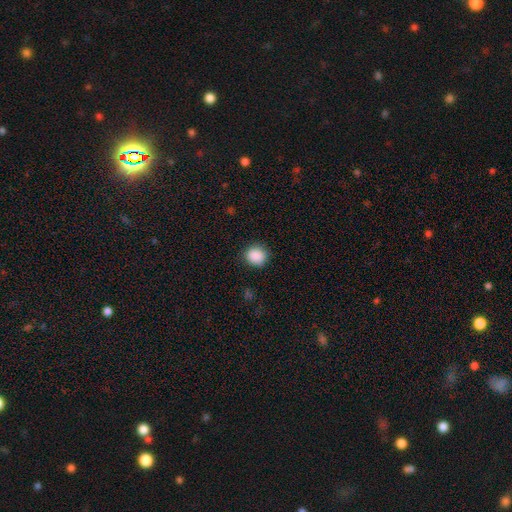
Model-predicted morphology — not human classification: This is clearly a smooth galaxy (89%). How rounded: clearly round (83%). Merging: clearly none (87%).